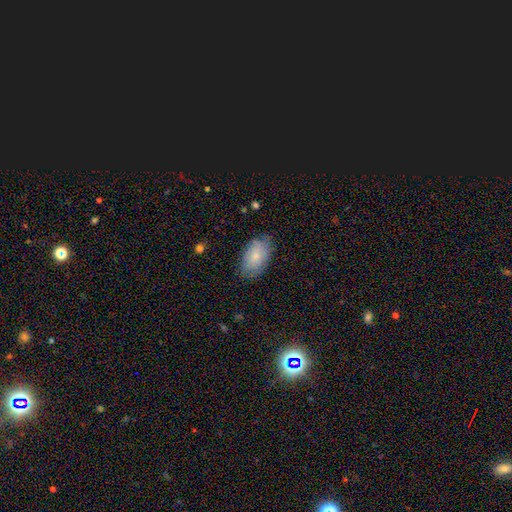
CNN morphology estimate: This appears to be a smooth galaxy with no disk features (69%) that is in between round and cigar-shaped (93%). Merging: none (75%).